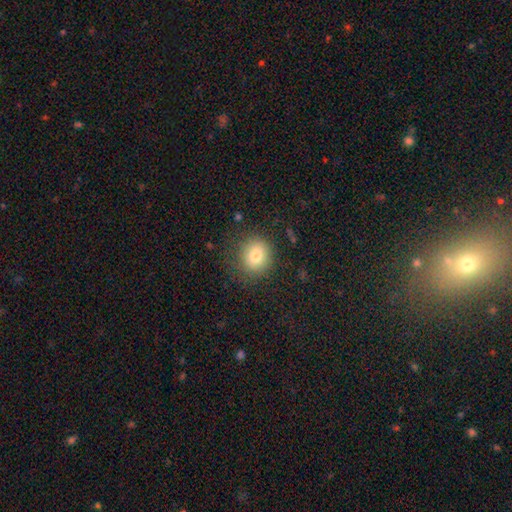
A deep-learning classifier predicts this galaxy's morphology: Overall: smooth (79%). How rounded: round (80%). Merging: none (81%).